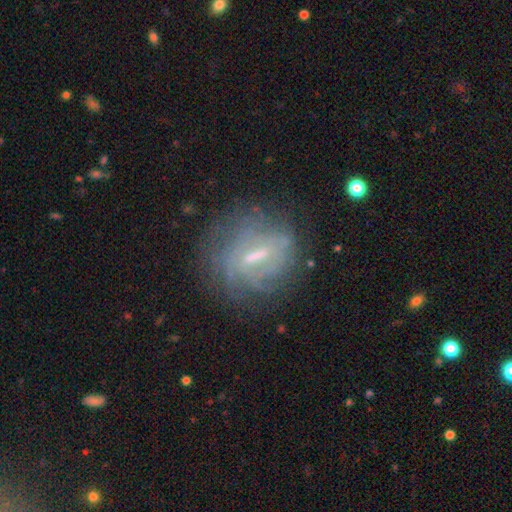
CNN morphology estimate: Overall: featured or disk (69%). Edge-on disk: no (91%). Bar: weak (48%; strong 37%). Spiral arms: yes (61%; no 39%). Bulge size: small (38%; moderate 37%). Merging: none (67%).